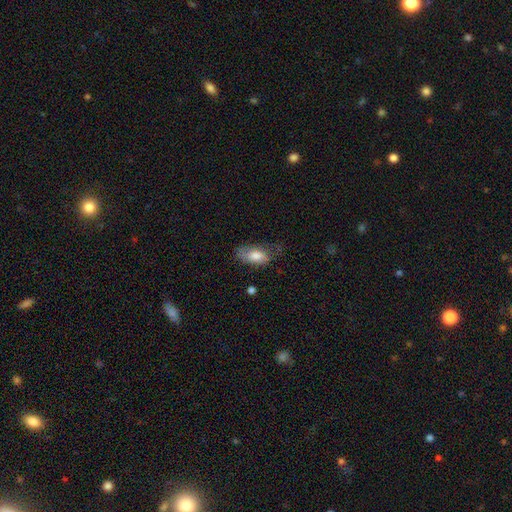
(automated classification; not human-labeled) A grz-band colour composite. It shows a smooth galaxy with no disk features (73%) that is in between round and cigar-shaped (88%). Merging: none (48%).